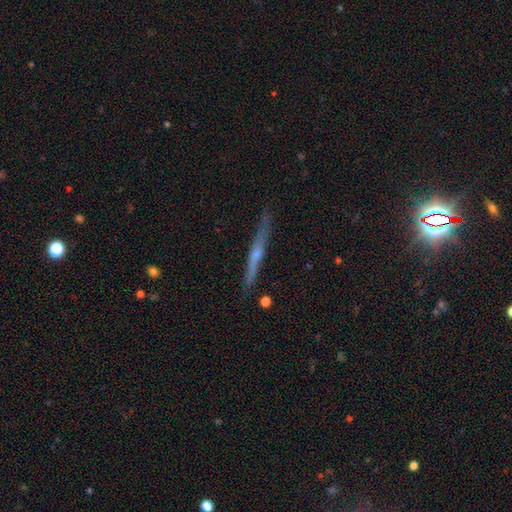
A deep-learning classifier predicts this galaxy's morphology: This is likely a featured or disk galaxy (65%). It is clearly viewed edge-on (96%). Edge-on bulge: likely rounded (60%). Merging: clearly none (84%).